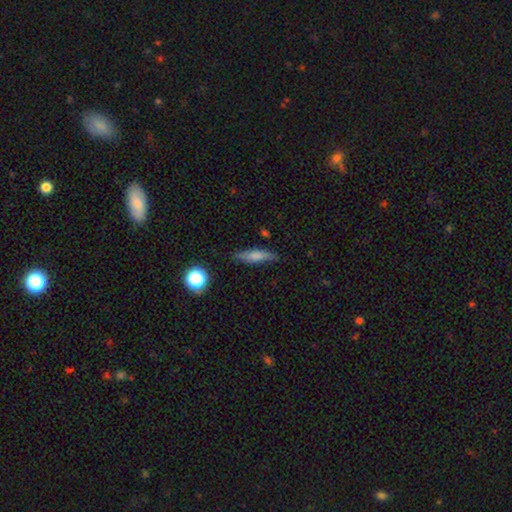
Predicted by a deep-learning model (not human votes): Morphology: type=smooth (68%); roundness=cigar-shaped (70%); merging=none (80%).